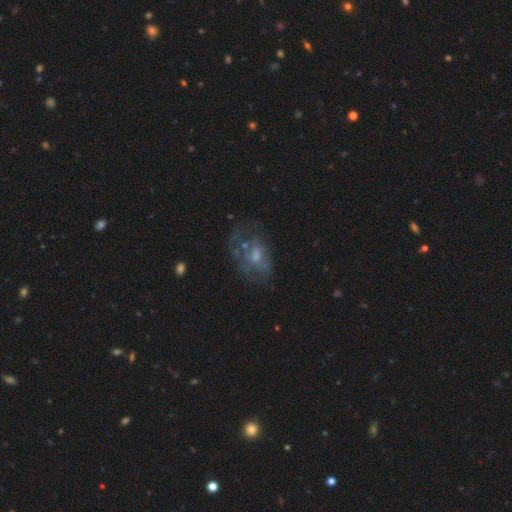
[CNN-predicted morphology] This appears to be a featured or disk galaxy (58%) with no bar (70%), no spiral arms (54%) and a moderate central bulge (41%). Merging: none (47%).